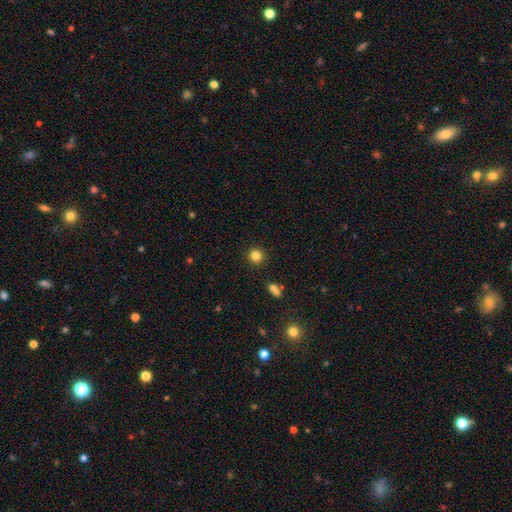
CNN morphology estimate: Q: Smooth or featured?
A: smooth (83%); runner-up: star or artifact (12%)
Q: How rounded?
A: round (94%); runner-up: in between (5%)
Q: Merging?
A: none (90%); runner-up: minor disturbance (5%)